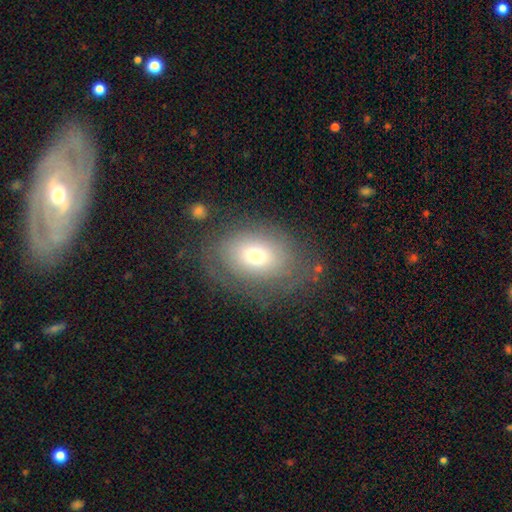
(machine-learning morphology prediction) smooth-or-featured: smooth: 57% | featured or disk: 32% | star or artifact: 11%
  how-rounded: in between: 77% | round: 21% | cigar-shaped: 1%
  merging: none: 71% | minor disturbance: 18% | major disturbance: 8% | merger: 2%